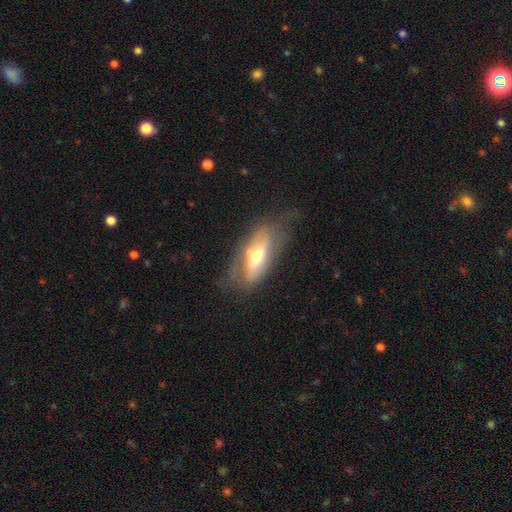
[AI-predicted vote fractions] This is possibly a featured or disk galaxy (52%). It is likely not viewed edge-on (65%). Merging: possibly none (48%).